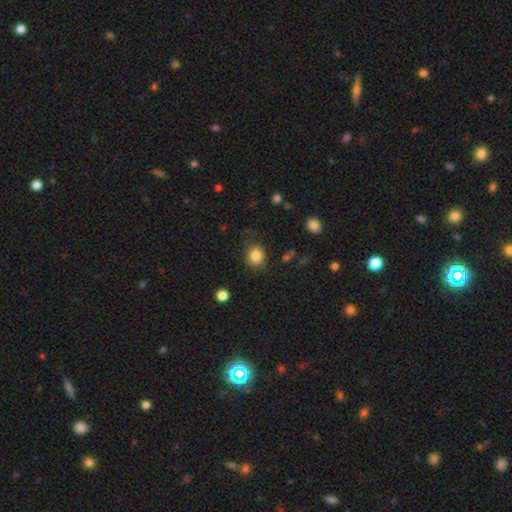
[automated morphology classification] This appears to be a smooth galaxy with no disk features (84%) that is round (67%). Merging: none (78%).